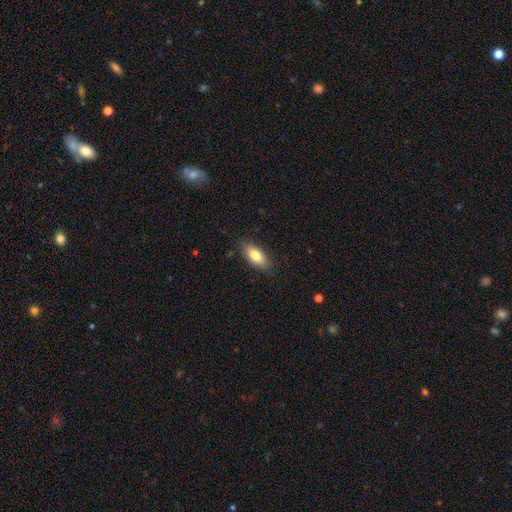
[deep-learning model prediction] Q: Smooth or featured?
A: smooth (80%); runner-up: featured or disk (14%)
Q: How rounded?
A: in between (85%); runner-up: cigar-shaped (13%)
Q: Merging?
A: none (86%); runner-up: minor disturbance (11%)